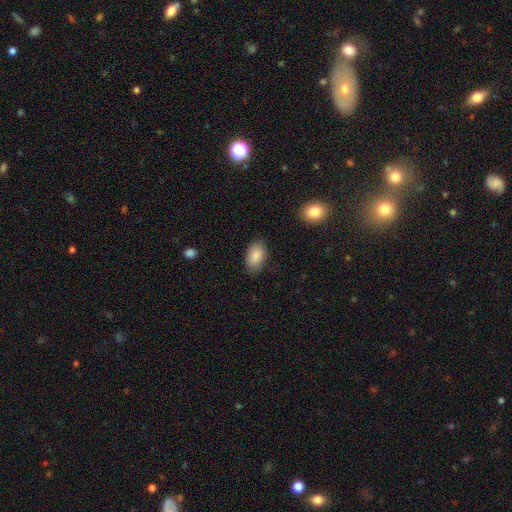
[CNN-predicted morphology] Q: Smooth or featured?
A: smooth (86%); runner-up: star or artifact (7%)
Q: How rounded?
A: in between (92%); runner-up: round (7%)
Q: Merging?
A: none (83%); runner-up: minor disturbance (13%)